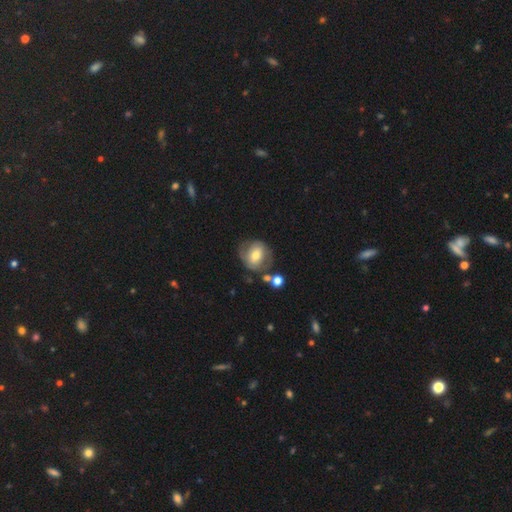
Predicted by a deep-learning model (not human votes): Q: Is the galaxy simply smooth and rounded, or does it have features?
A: smooth — 50%.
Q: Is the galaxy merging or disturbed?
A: none — 60%.